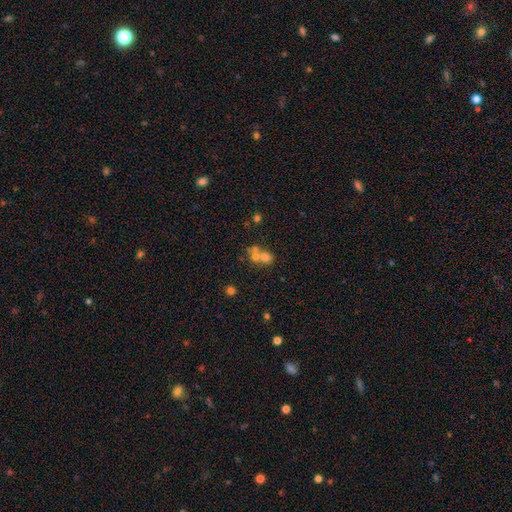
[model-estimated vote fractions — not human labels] This is possibly a smooth galaxy (51%). How rounded: likely round (72%). Merging: possibly merger (49%).